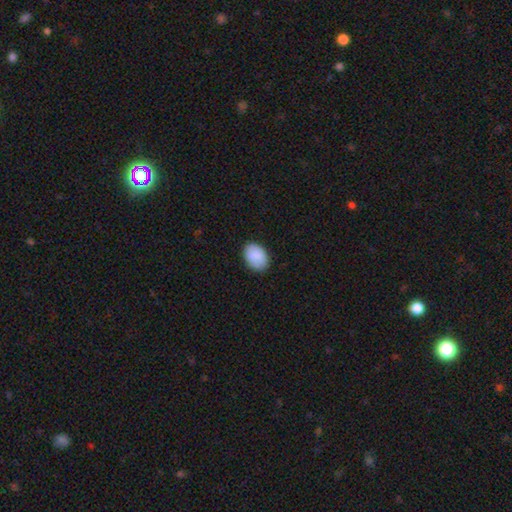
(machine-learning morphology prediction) smooth 90%, star or artifact 6%, featured or disk 4%. Down the decision tree: how rounded — in between (84%); merging — none (87%).